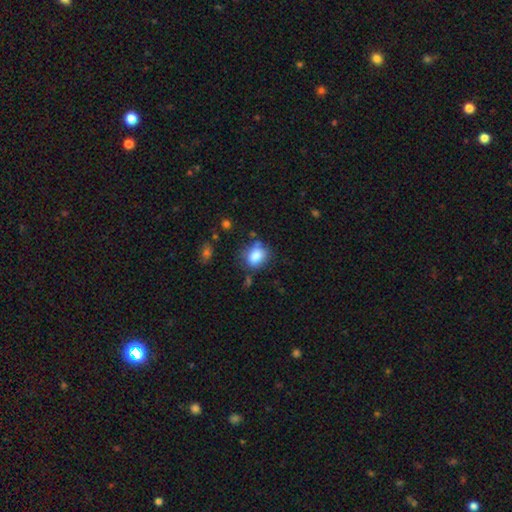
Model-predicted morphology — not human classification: A smooth galaxy with no disk features (83%) that is in between round and cigar-shaped (56%). Merging: none (61%).